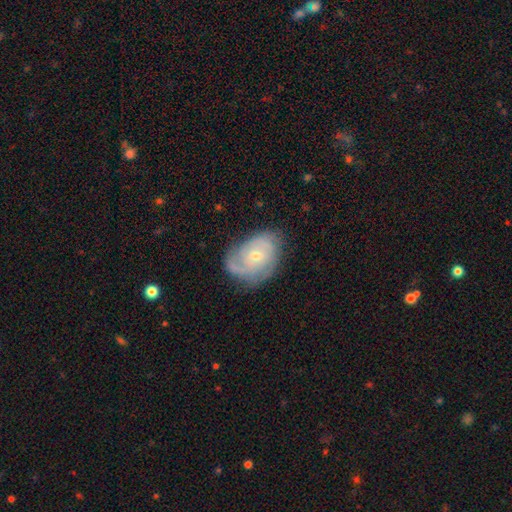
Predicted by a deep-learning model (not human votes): smooth_or_featured: featured or disk (p=0.73) [alt: smooth p=0.21]
disk_edge_on: no (p=0.96) [alt: yes p=0.04]
bar: no (p=0.66) [alt: weak p=0.29]
has_spiral_arms: yes (p=0.88) [alt: no p=0.12]
spiral_winding: tight (p=0.53) [alt: medium p=0.34]
spiral_arm_count: can't tell (p=0.34) [tied with: 2 p=0.34]
bulge_size: small (p=0.55) [alt: moderate p=0.41]
merging: none (p=0.60) [alt: minor disturbance p=0.27]